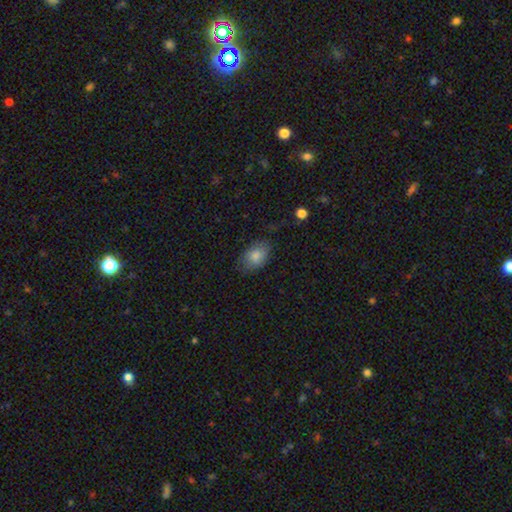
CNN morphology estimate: Q: Smooth or featured?
A: smooth (81%); runner-up: featured or disk (11%)
Q: How rounded?
A: in between (85%); runner-up: round (14%)
Q: Merging?
A: none (75%); runner-up: minor disturbance (19%)